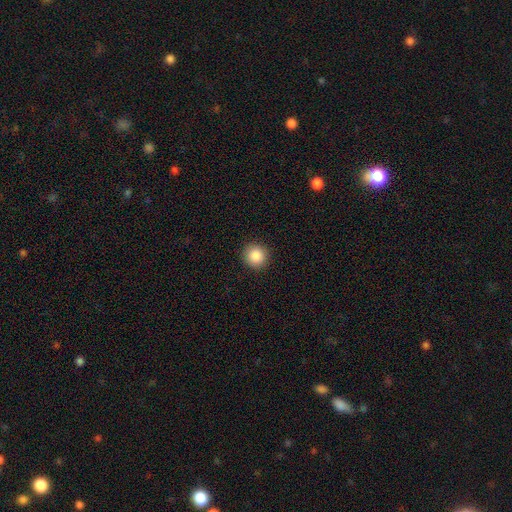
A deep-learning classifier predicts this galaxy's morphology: Smooth or featured? Predicted: smooth (p=0.88). How rounded? Predicted: round (p=0.94). Merging? Predicted: none (p=0.92).